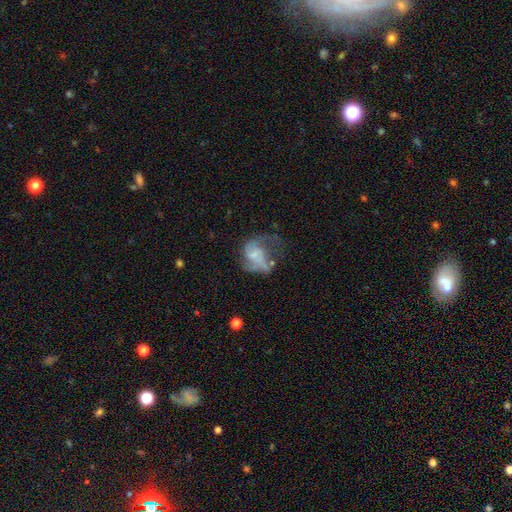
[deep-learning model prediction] Smooth or featured?
  - featured or disk: 60% *
  - smooth: 29%
  - star or artifact: 11%
Edge-on disk?
  - no: 98% *
  - yes: 2%
Bar?
  - no: 69% *
  - weak: 25%
  - strong: 6%
Spiral arms?
  - yes: 58% *
  - no: 42%
Bulge size?
  - none: 43% *
  - small: 33%
  - moderate: 17%
  - large: 5%
  - dominant: 2%
Merging?
  - major disturbance: 50% *
  - none: 25%
  - minor disturbance: 18%
  - merger: 7%